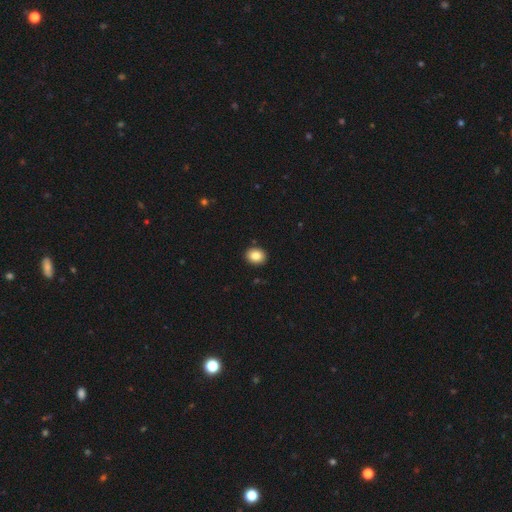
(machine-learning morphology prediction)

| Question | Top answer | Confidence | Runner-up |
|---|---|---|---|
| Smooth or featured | smooth | 85% | star or artifact (9%) |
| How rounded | round | 54% | in between (45%) |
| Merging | none | 91% | minor disturbance (6%) |